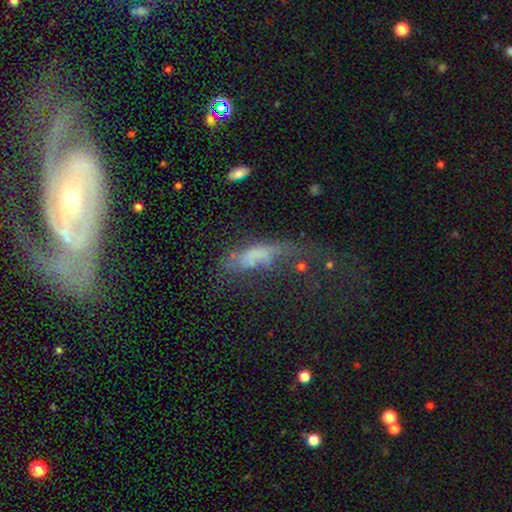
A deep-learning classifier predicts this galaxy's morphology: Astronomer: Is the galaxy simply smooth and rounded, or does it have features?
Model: smooth — 52% (runner-up: featured or disk, 32%).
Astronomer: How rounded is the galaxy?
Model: in between — 52% (runner-up: cigar-shaped, 43%).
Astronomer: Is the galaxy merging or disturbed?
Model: major disturbance — 44% (runner-up: none, 25%).